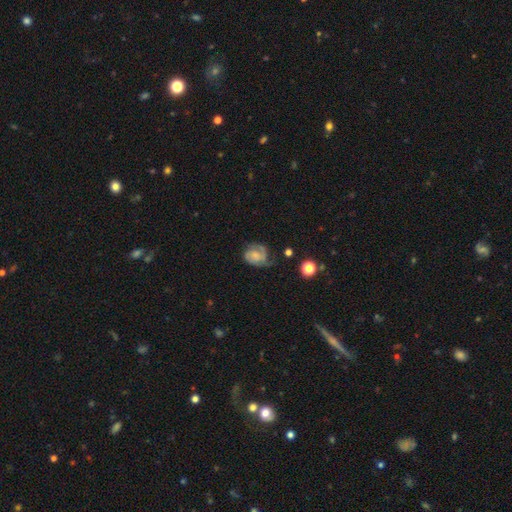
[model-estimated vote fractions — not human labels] Q: Smooth or featured?
A: featured or disk (67%); runner-up: smooth (25%)
Q: Edge-on disk?
A: no (98%); runner-up: yes (2%)
Q: Bar?
A: no (67%); runner-up: weak (28%)
Q: Spiral arms?
A: yes (91%); runner-up: no (9%)
Q: Spiral winding?
A: tight (46%); runner-up: medium (40%)
Q: Spiral arm count?
A: 2 (54%); runner-up: can't tell (18%)
Q: Bulge size?
A: small (46%); runner-up: moderate (26%)
Q: Merging?
A: none (48%); runner-up: minor disturbance (29%)